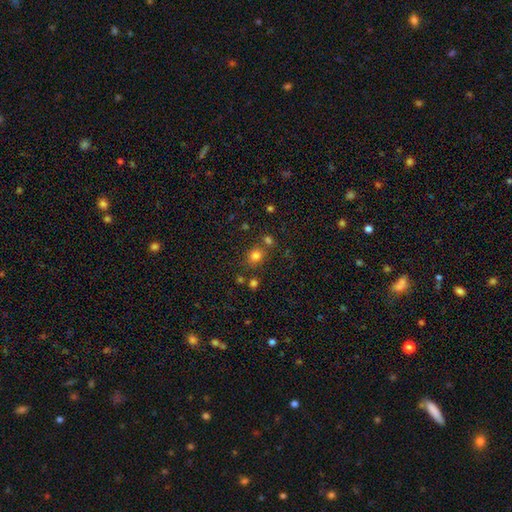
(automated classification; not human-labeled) Smooth or featured?
  - smooth: 79% *
  - star or artifact: 15%
  - featured or disk: 6%
How rounded?
  - round: 69% *
  - in between: 30%
  - cigar-shaped: 1%
Merging?
  - none: 70% *
  - merger: 15%
  - minor disturbance: 11%
  - major disturbance: 4%